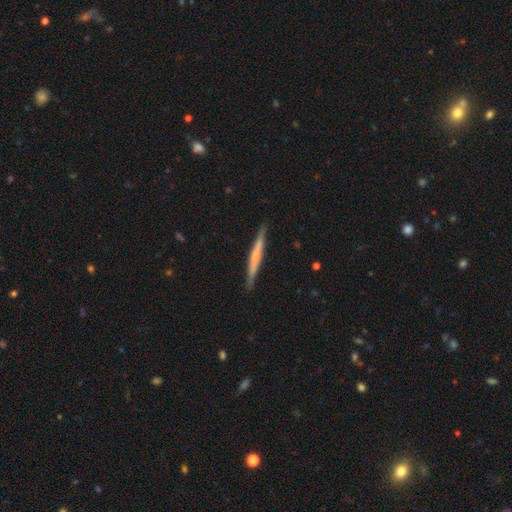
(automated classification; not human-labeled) This is possibly a smooth galaxy (49%). Merging: clearly none (89%).